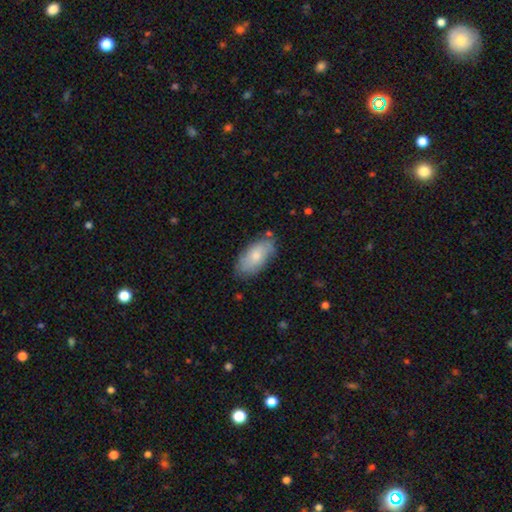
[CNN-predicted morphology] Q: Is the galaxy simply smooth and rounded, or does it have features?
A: smooth — 71%.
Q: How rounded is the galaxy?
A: in between — 93%.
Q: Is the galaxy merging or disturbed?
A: none — 74%.